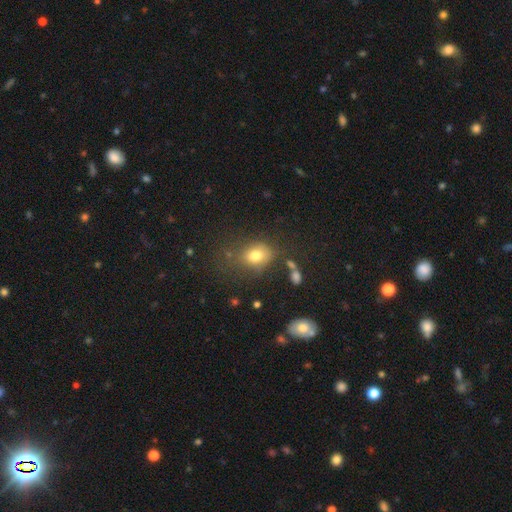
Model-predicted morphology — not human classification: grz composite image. It shows a smooth galaxy with no disk features (77%) that is in between round and cigar-shaped (58%). Merging: none (63%).